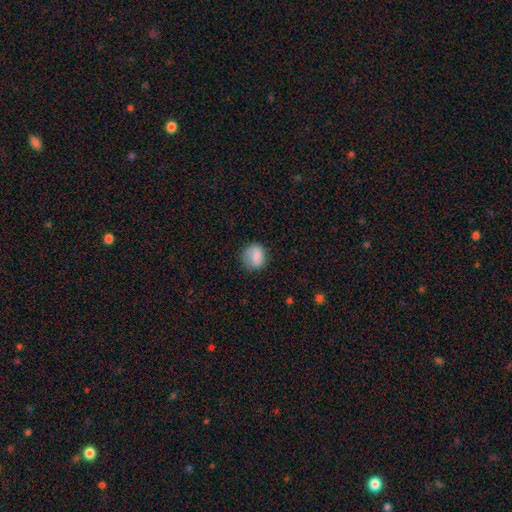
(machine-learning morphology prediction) Smooth or featured: smooth — 82% (featured or disk — 10%)
How rounded: round — 70% (in between — 29%)
Merging: none — 68% (minor disturbance — 22%)